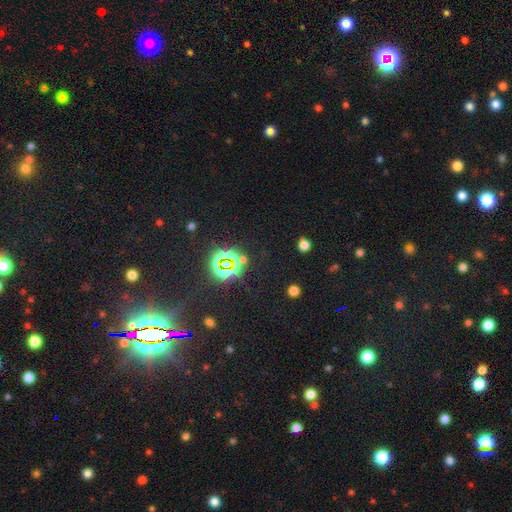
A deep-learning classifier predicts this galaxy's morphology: A star or artifact, not a galaxy (78%).

Vote fractions:
- Smooth or featured? star or artifact: 78% / smooth: 15% / featured or disk: 7%